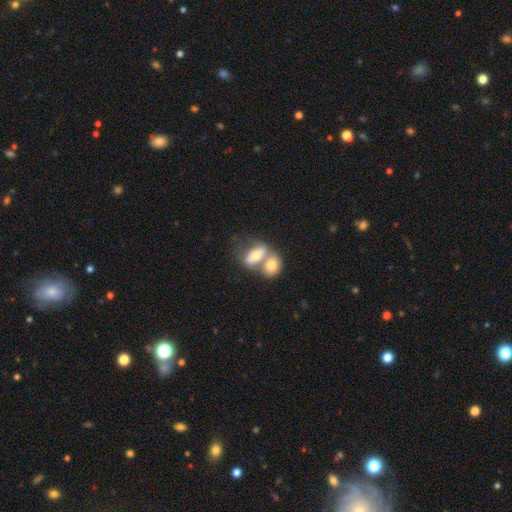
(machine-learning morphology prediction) type=smooth (64%); roundness=in between (80%); merging=merger (71%).